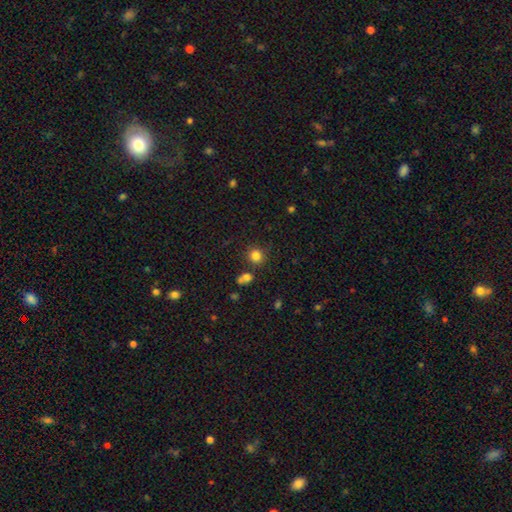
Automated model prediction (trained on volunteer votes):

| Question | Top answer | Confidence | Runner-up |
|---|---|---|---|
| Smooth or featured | smooth | 81% | star or artifact (13%) |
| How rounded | round | 89% | in between (10%) |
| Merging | none | 78% | minor disturbance (9%) |